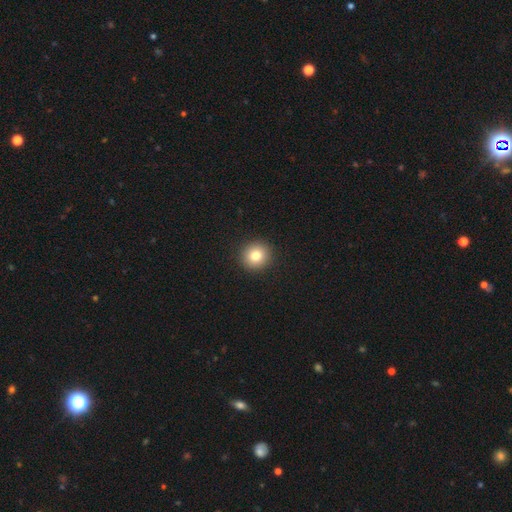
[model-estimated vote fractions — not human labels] A smooth galaxy with no disk features (81%) that is round (93%). Merging: none (93%).